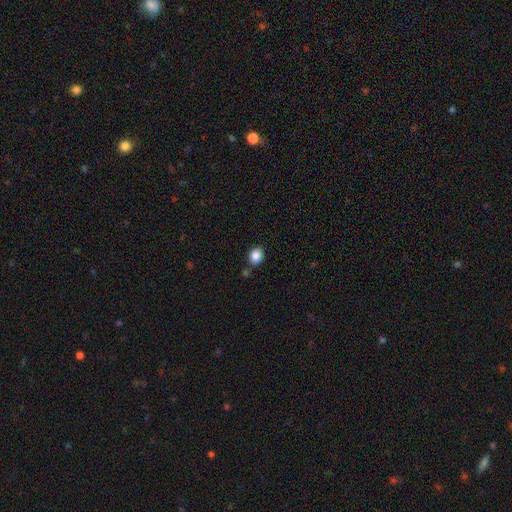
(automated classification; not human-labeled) smooth_or_featured: smooth (p=0.86) [alt: star or artifact p=0.09]
how_rounded: round (p=0.56) [alt: in between p=0.43]
merging: none (p=0.81) [alt: minor disturbance p=0.10]